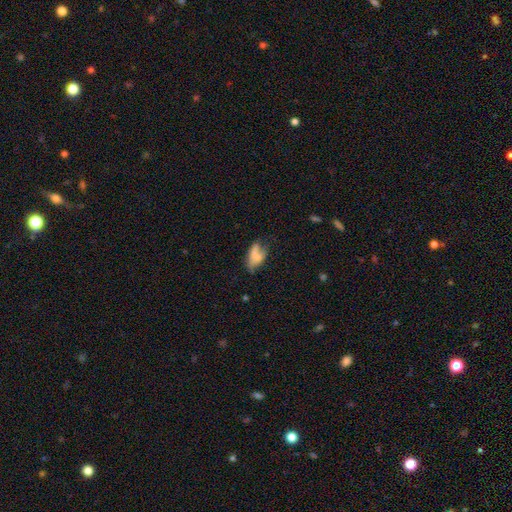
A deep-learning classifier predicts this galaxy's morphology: smooth-or-featured: smooth: 59% | featured or disk: 30% | star or artifact: 11%
  how-rounded: in between: 84% | cigar-shaped: 11% | round: 5%
  merging: none: 34% | minor disturbance: 26% | major disturbance: 25% | merger: 15%